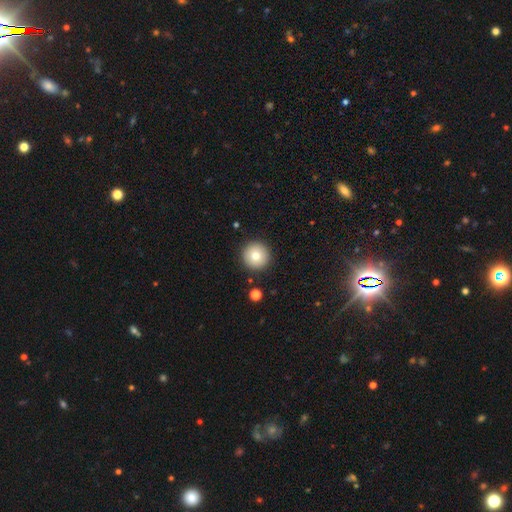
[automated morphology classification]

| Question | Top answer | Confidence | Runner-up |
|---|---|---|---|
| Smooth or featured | smooth | 79% | featured or disk (12%) |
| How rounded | round | 96% | in between (3%) |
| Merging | none | 91% | minor disturbance (6%) |